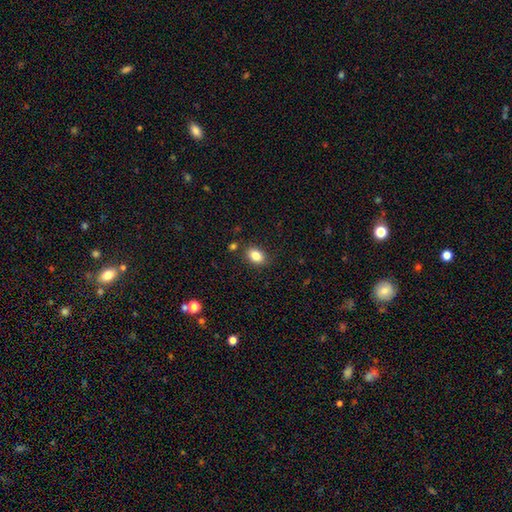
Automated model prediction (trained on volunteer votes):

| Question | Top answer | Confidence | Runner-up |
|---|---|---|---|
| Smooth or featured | smooth | 84% | star or artifact (9%) |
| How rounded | in between | 77% | round (22%) |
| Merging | none | 82% | minor disturbance (11%) |